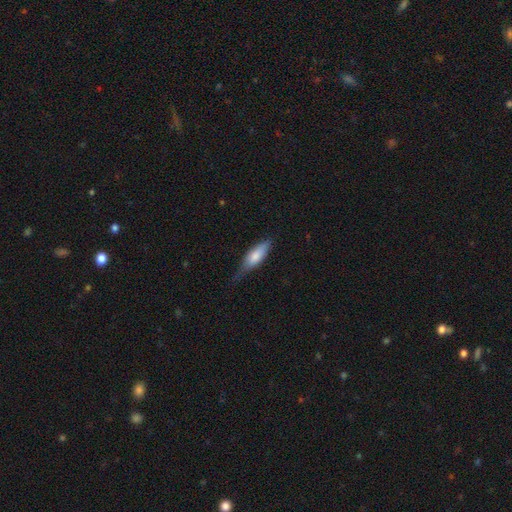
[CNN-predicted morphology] smooth 71%, featured or disk 24%, star or artifact 6%. Down the decision tree: how rounded — in between (59%); merging — none (50%).